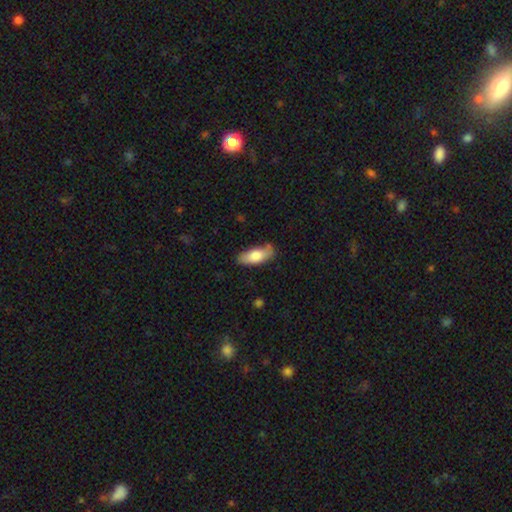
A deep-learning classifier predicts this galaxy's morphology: smooth_or_featured: smooth (p=0.75) [alt: featured or disk p=0.19]
how_rounded: in between (p=0.81) [alt: cigar-shaped p=0.17]
merging: none (p=0.69) [alt: minor disturbance p=0.23]